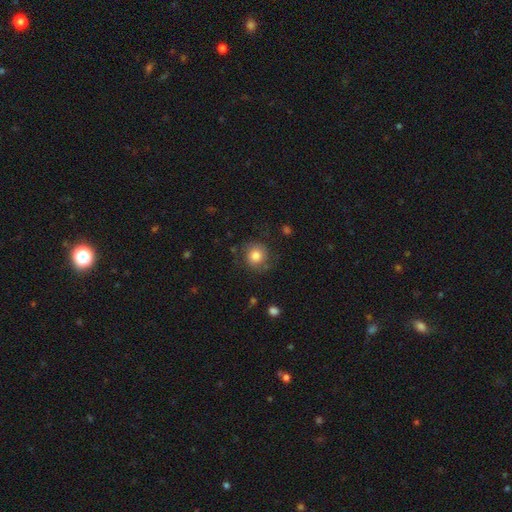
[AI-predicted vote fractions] A smooth galaxy with no disk features (65%) that is round (90%). Merging: none (73%).